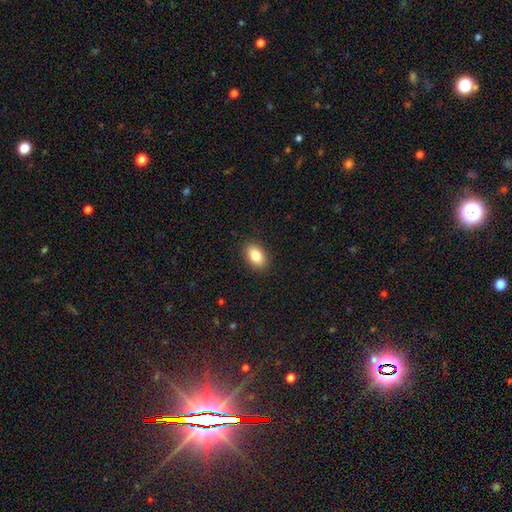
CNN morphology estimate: This is clearly a smooth galaxy (84%). How rounded: clearly in between (87%). Merging: clearly none (89%).